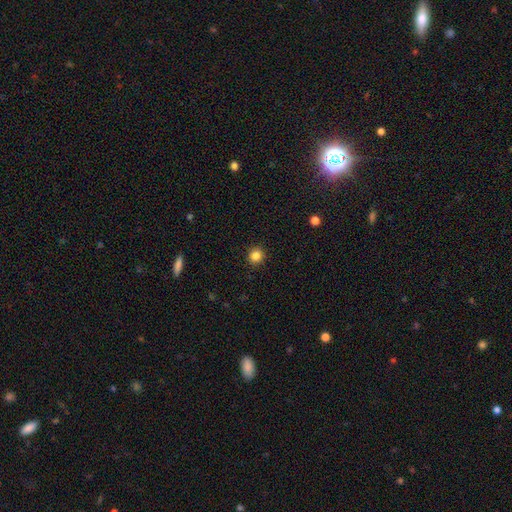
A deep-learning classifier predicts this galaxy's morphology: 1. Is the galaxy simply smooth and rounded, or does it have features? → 85% smooth, 11% star or artifact, 4% featured or disk.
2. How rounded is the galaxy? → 91% round, 8% in between, 1% cigar-shaped.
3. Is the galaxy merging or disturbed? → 92% none, 5% minor disturbance, 2% major disturbance, 1% merger.